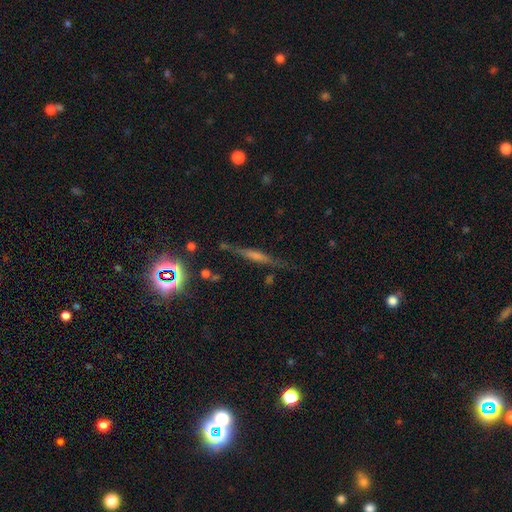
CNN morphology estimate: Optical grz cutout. It shows a featured or disk galaxy (55%) viewed edge-on (92%) with a rounded central bulge (40%). Merging: none (78%).